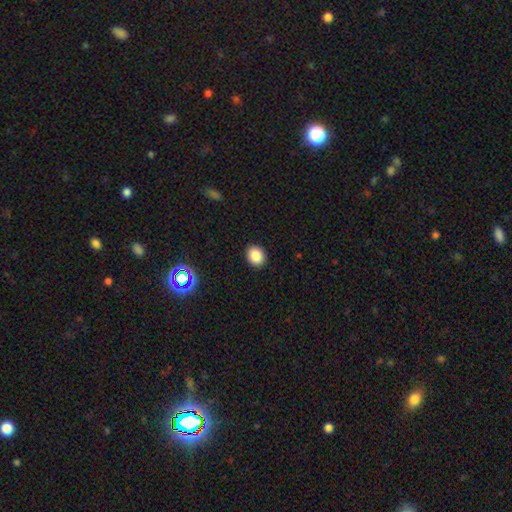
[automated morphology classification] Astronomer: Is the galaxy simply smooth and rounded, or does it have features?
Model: smooth — 85%.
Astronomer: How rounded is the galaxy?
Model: round — 60% (runner-up: in between, 40%).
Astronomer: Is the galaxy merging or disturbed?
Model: none — 91%.